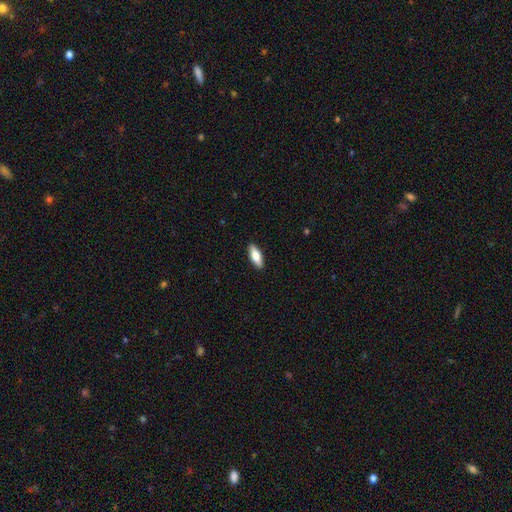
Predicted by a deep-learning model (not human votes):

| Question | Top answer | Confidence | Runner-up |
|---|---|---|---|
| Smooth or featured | smooth | 75% | featured or disk (19%) |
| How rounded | in between | 67% | cigar-shaped (31%) |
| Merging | none | 90% | minor disturbance (7%) |